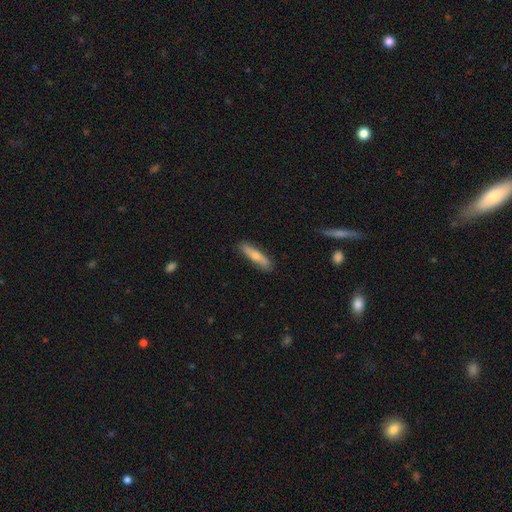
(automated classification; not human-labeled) Smooth or featured: smooth — 66% (featured or disk — 28%)
How rounded: cigar-shaped — 84% (in between — 15%)
Merging: none — 86% (minor disturbance — 11%)